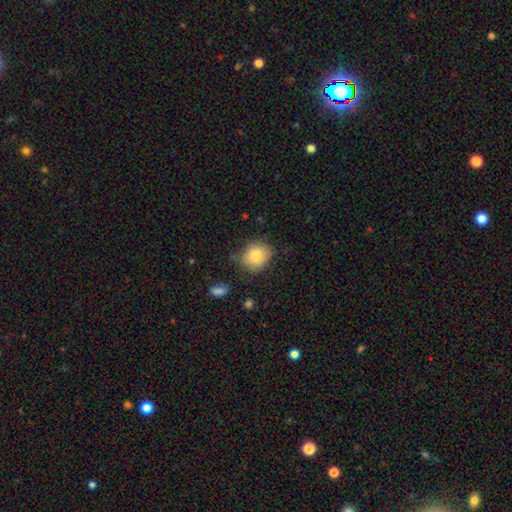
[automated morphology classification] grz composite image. It shows a smooth galaxy with no disk features (82%) that is round (70%). Merging: none (72%).